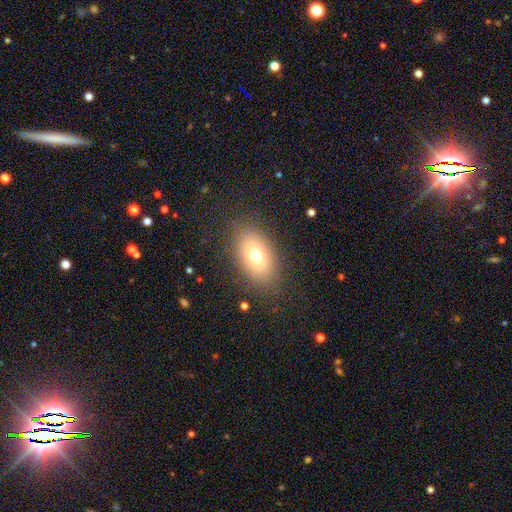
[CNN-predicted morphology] A smooth galaxy with no disk features (71%) that is in between round and cigar-shaped (82%).

Vote fractions:
- Smooth or featured? smooth: 71% / featured or disk: 17% / star or artifact: 13%
- How rounded? in between: 82% / round: 17% / cigar-shaped: 2%
- Merging? none: 82% / minor disturbance: 11% / major disturbance: 6% / merger: 1%